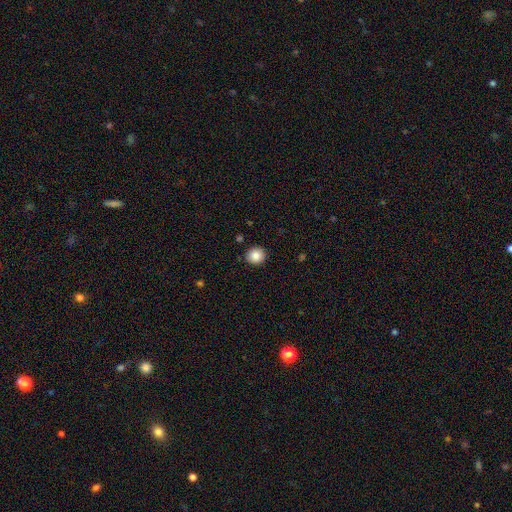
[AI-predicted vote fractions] A smooth galaxy with no disk features (86%) that is round (90%). Merging: none (91%).